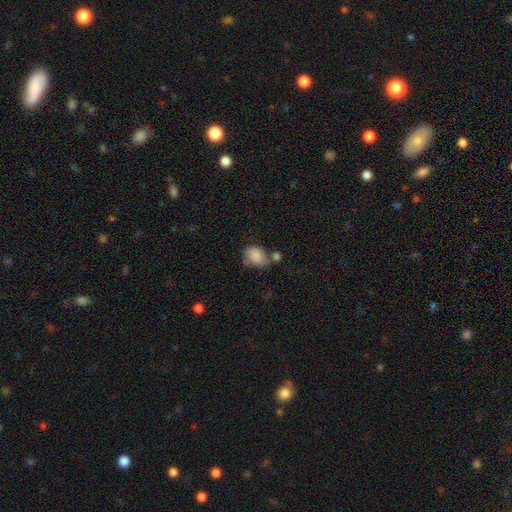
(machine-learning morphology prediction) Smooth or featured? Predicted: smooth (p=0.83). How rounded? Predicted: in between (p=0.67). Merging? Predicted: none (p=0.43).